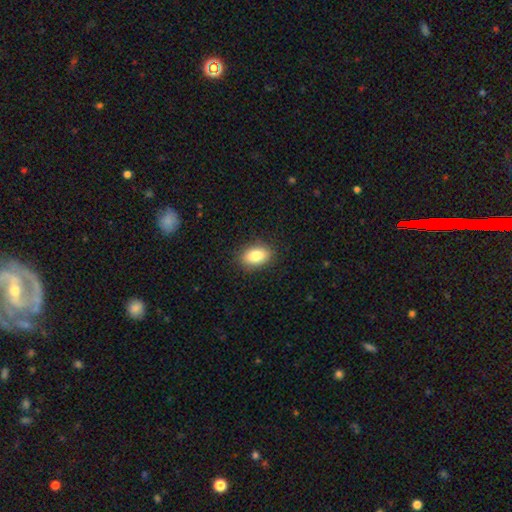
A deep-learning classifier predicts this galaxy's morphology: type=smooth (85%); roundness=in between (88%); merging=none (88%).